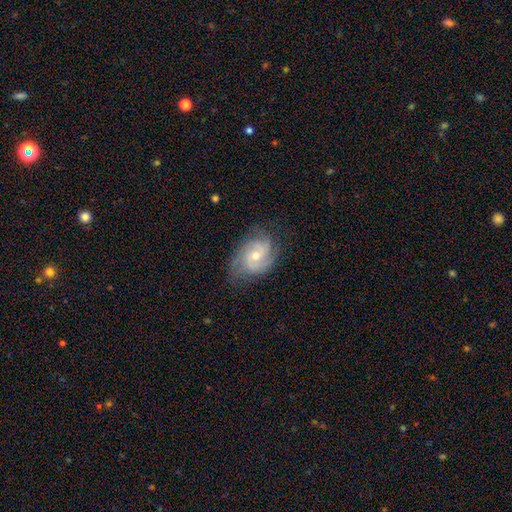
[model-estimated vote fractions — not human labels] smooth_or_featured: featured or disk (p=0.83) [alt: smooth p=0.11]
disk_edge_on: no (p=0.97) [alt: yes p=0.03]
bar: no (p=0.63) [alt: weak p=0.31]
has_spiral_arms: yes (p=0.96) [alt: no p=0.04]
spiral_winding: tight (p=0.48) [alt: medium p=0.41]
spiral_arm_count: 3 (p=0.36) [alt: 2 p=0.32]
bulge_size: moderate (p=0.50) [alt: small p=0.46]
merging: none (p=0.73) [alt: minor disturbance p=0.19]